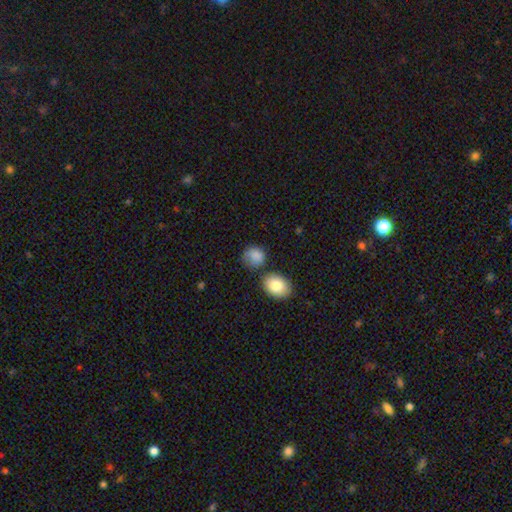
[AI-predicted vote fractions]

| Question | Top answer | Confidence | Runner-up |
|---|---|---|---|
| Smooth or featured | smooth | 84% | star or artifact (9%) |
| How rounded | round | 67% | in between (32%) |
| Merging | none | 56% | minor disturbance (25%) |